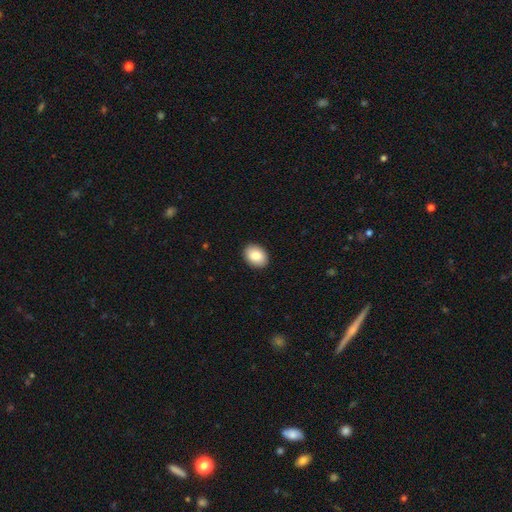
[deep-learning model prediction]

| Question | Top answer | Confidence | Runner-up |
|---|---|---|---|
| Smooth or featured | smooth | 86% | featured or disk (7%) |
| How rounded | in between | 72% | round (27%) |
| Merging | none | 91% | minor disturbance (6%) |